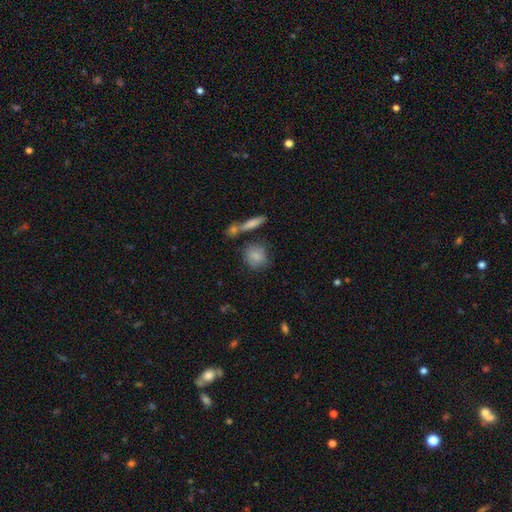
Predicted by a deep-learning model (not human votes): Q: Smooth or featured?
A: smooth (82%); runner-up: featured or disk (11%)
Q: How rounded?
A: round (70%); runner-up: in between (26%)
Q: Merging?
A: none (66%); runner-up: minor disturbance (15%)